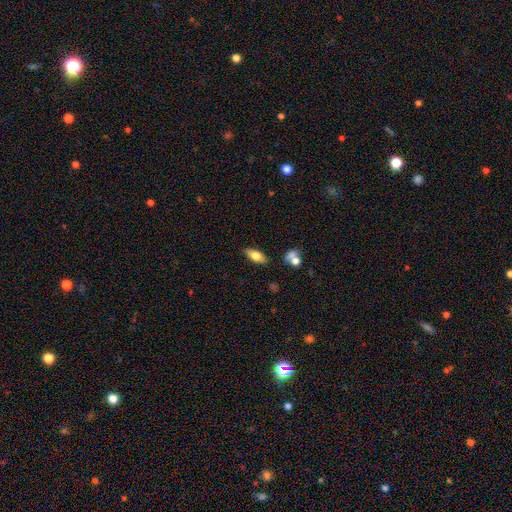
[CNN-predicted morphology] smooth_or_featured: smooth (p=0.71) [alt: featured or disk p=0.22]
how_rounded: in between (p=0.79) [alt: cigar-shaped p=0.18]
merging: none (p=0.81) [alt: minor disturbance p=0.12]